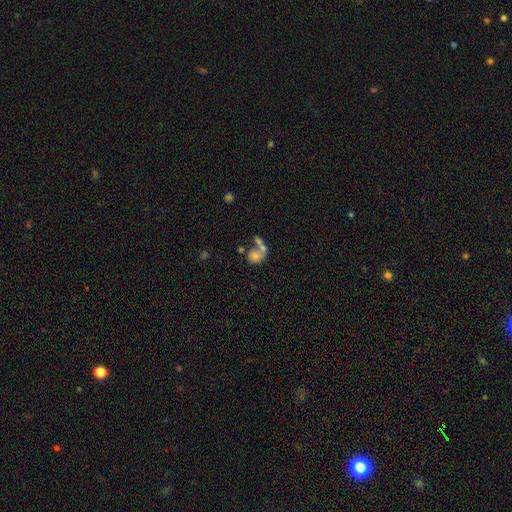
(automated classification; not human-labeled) Smooth or featured? smooth (61%)
How rounded? round (57%)
Merging? merger (52%)